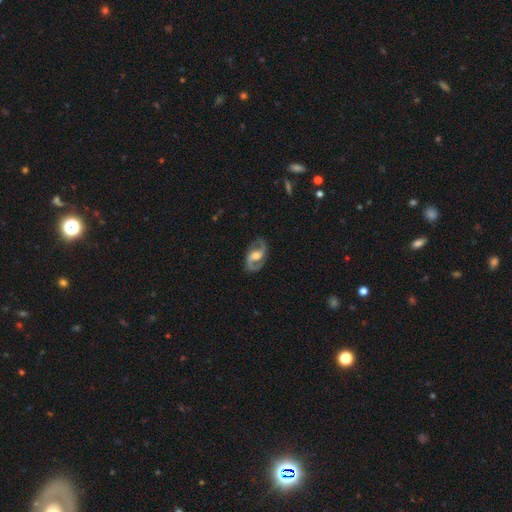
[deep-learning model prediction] smooth-or-featured: featured or disk: 88% | smooth: 8% | star or artifact: 5%
  disk-edge-on: no: 97% | yes: 3%
    bar: weak: 45% | no: 34% | strong: 21%
    has-spiral-arms: yes: 96% | no: 4%
      spiral-winding: medium: 55% | loose: 28% | tight: 16%
      spiral-arm-count: 2: 92% | can't tell: 2% | 1: 2% | 3: 1% | 4: 1% | more than 4: 1%
    bulge-size: moderate: 67% | small: 17% | large: 13% | none: 2% | dominant: 1%
  merging: none: 81% | minor disturbance: 13% | major disturbance: 5% | merger: 1%